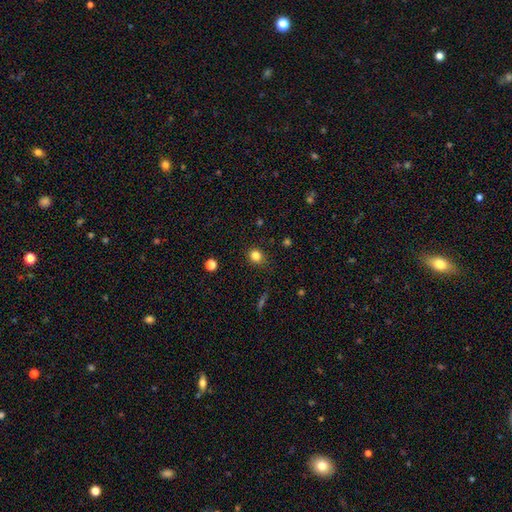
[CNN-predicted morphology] Overall: smooth (82%). How rounded: round (76%). Merging: none (83%).